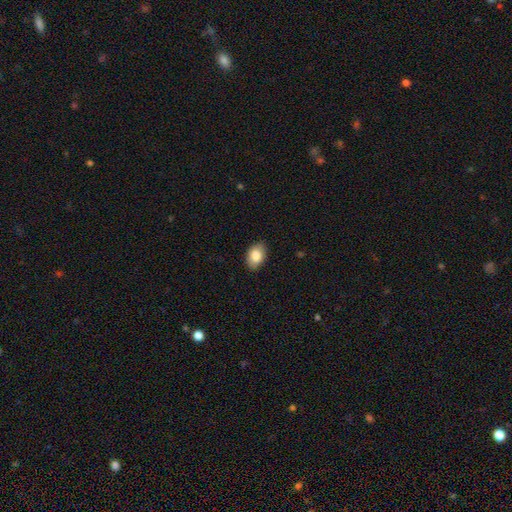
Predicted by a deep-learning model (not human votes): This appears to be a smooth galaxy with no disk features (85%) that is in between round and cigar-shaped (87%). Merging: none (87%).